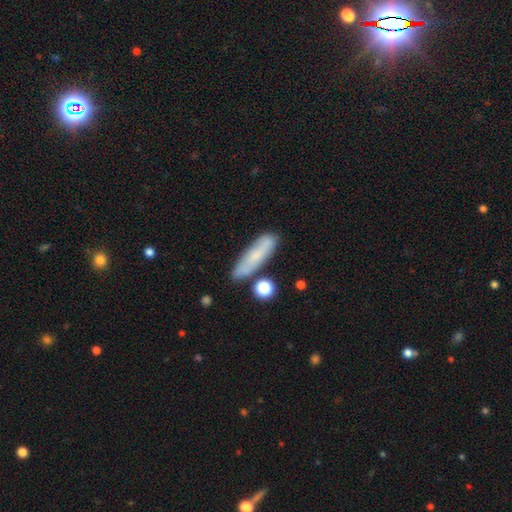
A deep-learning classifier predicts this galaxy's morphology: Smooth or featured: smooth — 62% (featured or disk — 29%)
How rounded: cigar-shaped — 66% (in between — 31%)
Merging: none — 71% (minor disturbance — 17%)